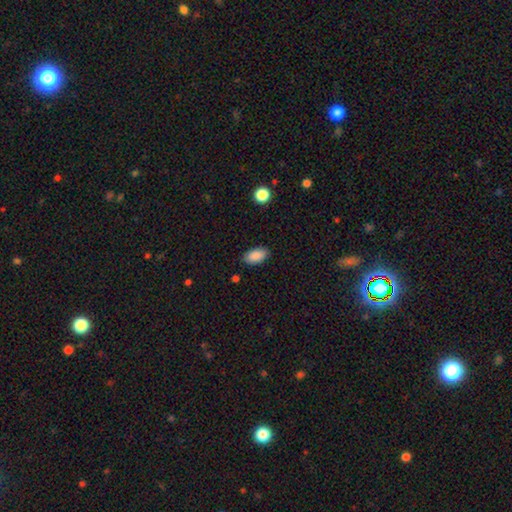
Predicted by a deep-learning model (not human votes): Morphology: type=smooth (89%); roundness=in between (94%); merging=none (87%).